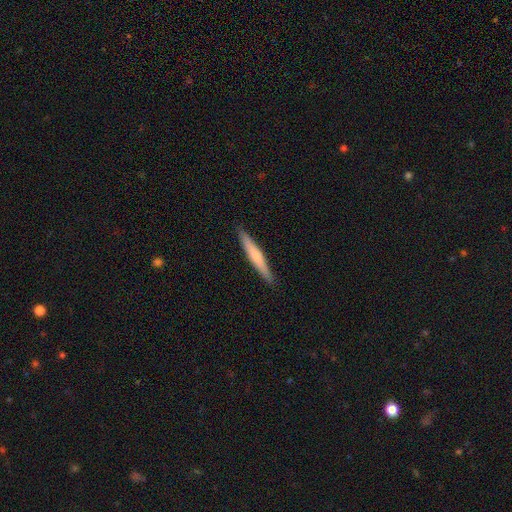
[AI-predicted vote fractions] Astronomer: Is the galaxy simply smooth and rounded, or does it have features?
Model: smooth — 59% (runner-up: featured or disk, 36%).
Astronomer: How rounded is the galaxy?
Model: cigar-shaped — 95%.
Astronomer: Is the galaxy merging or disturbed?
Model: none — 91%.